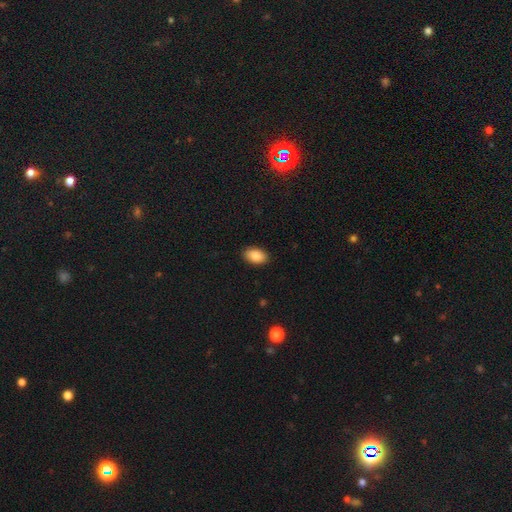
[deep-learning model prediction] A smooth galaxy with no disk features (87%) that is in between round and cigar-shaped (91%). Merging: none (89%).